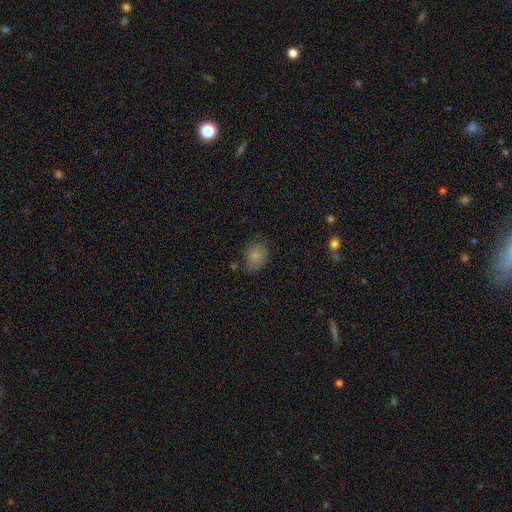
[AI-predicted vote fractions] Morphology: type=smooth (81%); roundness=in between (59%); merging=none (64%).